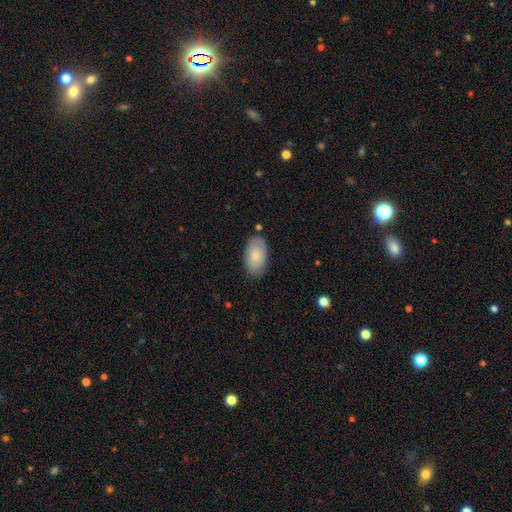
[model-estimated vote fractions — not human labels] smooth-or-featured: smooth: 76% | featured or disk: 18% | star or artifact: 6%
  how-rounded: in between: 95% | round: 4% | cigar-shaped: 2%
  merging: none: 81% | minor disturbance: 14% | major disturbance: 3% | merger: 2%